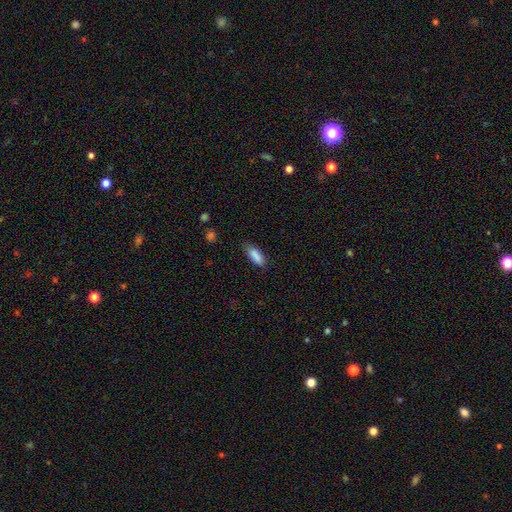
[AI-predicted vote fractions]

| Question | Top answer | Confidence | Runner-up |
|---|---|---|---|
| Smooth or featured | smooth | 86% | star or artifact (8%) |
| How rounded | in between | 70% | cigar-shaped (28%) |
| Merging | none | 72% | minor disturbance (21%) |